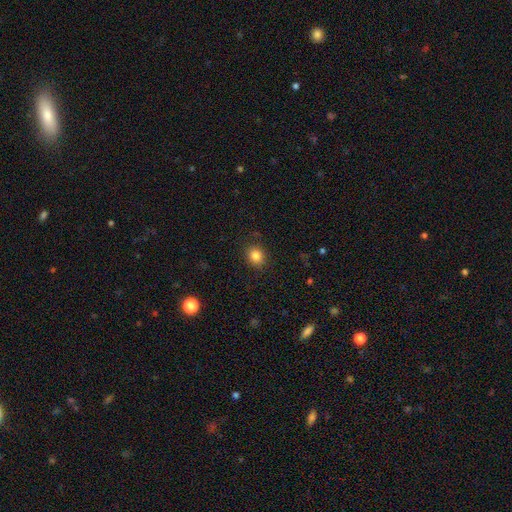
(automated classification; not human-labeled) Morphology: type=smooth (84%); roundness=round (74%); merging=none (88%).